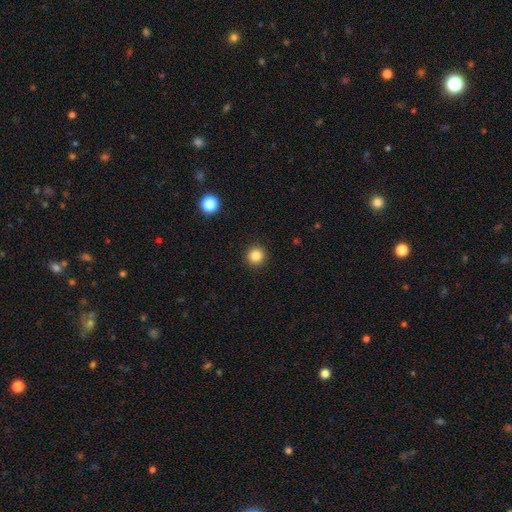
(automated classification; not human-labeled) A smooth galaxy with no disk features (84%) that is round (94%).

Vote fractions:
- Smooth or featured? smooth: 84% / star or artifact: 11% / featured or disk: 4%
- How rounded? round: 94% / in between: 6% / cigar-shaped: 1%
- Merging? none: 92% / minor disturbance: 5% / major disturbance: 2% / merger: 1%